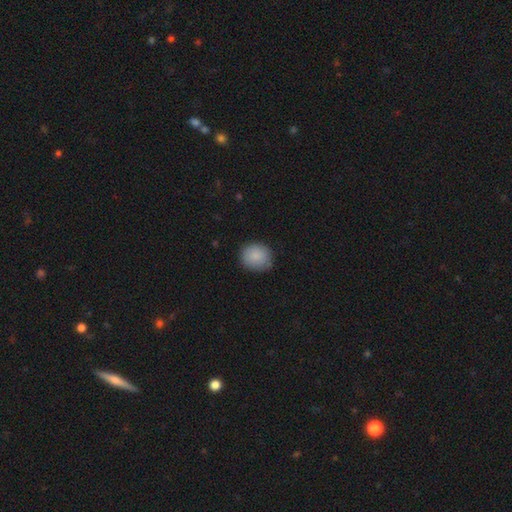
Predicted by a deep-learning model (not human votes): A smooth galaxy with no disk features (87%) that is round (77%). Merging: none (82%).